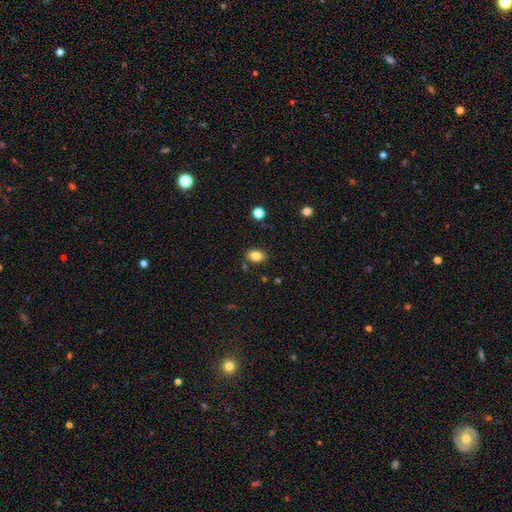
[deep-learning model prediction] Overall: smooth (84%). How rounded: in between (79%). Merging: none (82%).